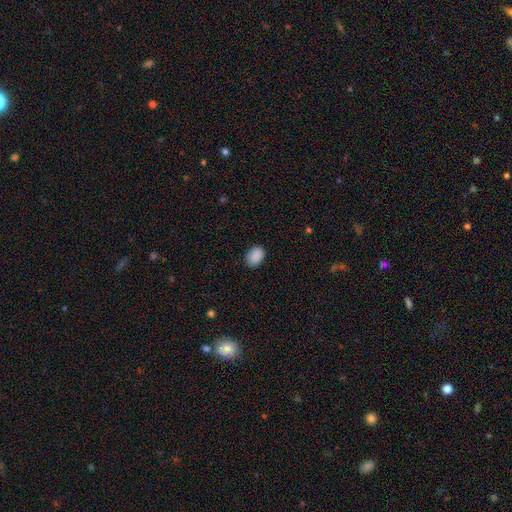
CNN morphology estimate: This appears to be a smooth galaxy with no disk features (89%) that is in between round and cigar-shaped (73%). Merging: none (84%).